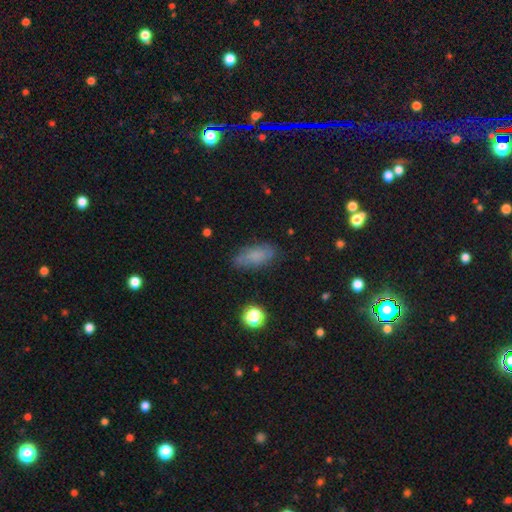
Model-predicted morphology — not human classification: smooth-or-featured: smooth: 74% | featured or disk: 14% | star or artifact: 12%
  how-rounded: in between: 80% | cigar-shaped: 16% | round: 4%
  merging: none: 76% | minor disturbance: 17% | major disturbance: 5% | merger: 2%